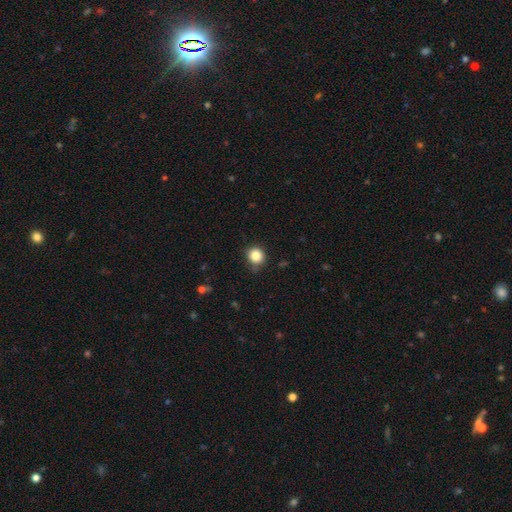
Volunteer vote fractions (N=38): A smooth galaxy with no disk features (87%) that is round (94%). Merging: none (86%).